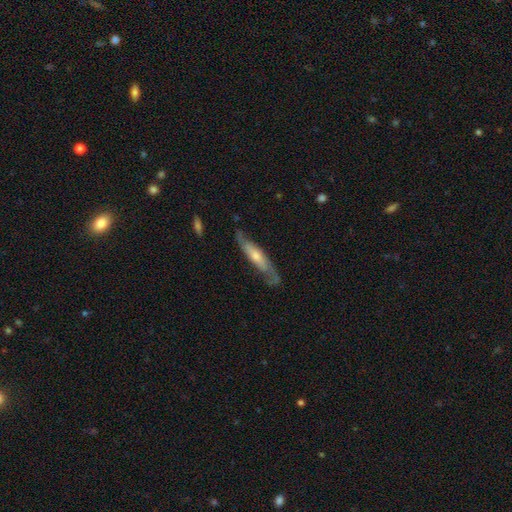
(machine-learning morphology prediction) Smooth or featured: featured or disk — 69% (smooth — 26%)
Edge-on disk: no — 52% (yes — 48%)
Merging: none — 73% (minor disturbance — 19%)